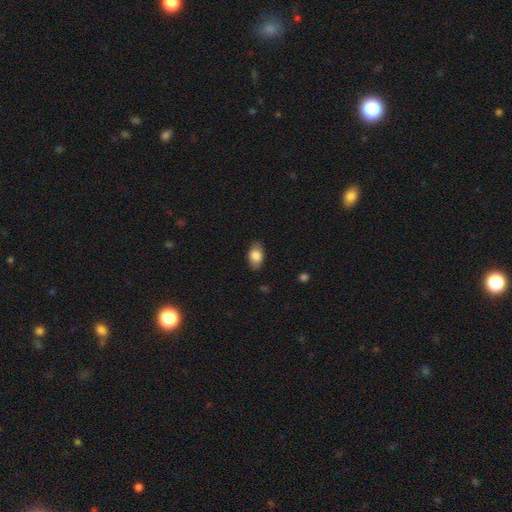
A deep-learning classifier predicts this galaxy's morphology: Smooth or featured?
  - smooth: 82% *
  - featured or disk: 11%
  - star or artifact: 7%
How rounded?
  - in between: 89% *
  - round: 9%
  - cigar-shaped: 2%
Merging?
  - none: 83% *
  - minor disturbance: 13%
  - major disturbance: 3%
  - merger: 1%